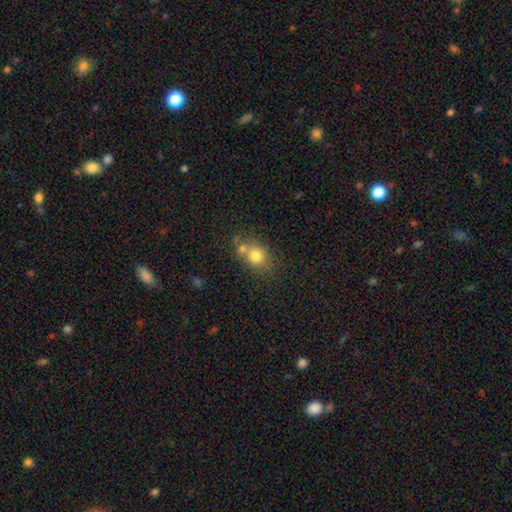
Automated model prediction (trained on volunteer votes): This appears to be a smooth galaxy with no disk features (77%) that is round (61%). Merging: none (48%).